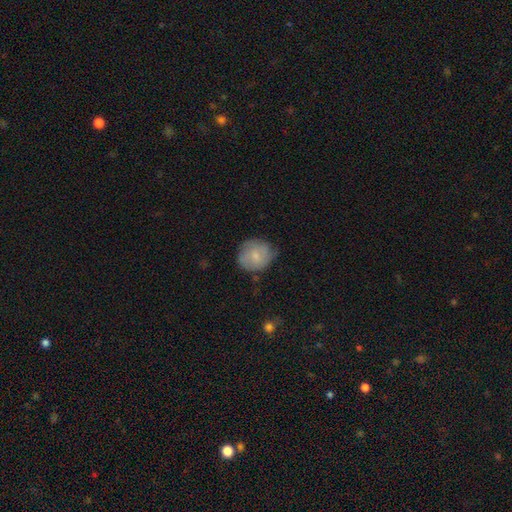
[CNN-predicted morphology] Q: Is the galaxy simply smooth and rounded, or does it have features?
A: smooth — 71%.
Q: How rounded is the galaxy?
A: round — 78%.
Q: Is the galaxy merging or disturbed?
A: none — 66%.